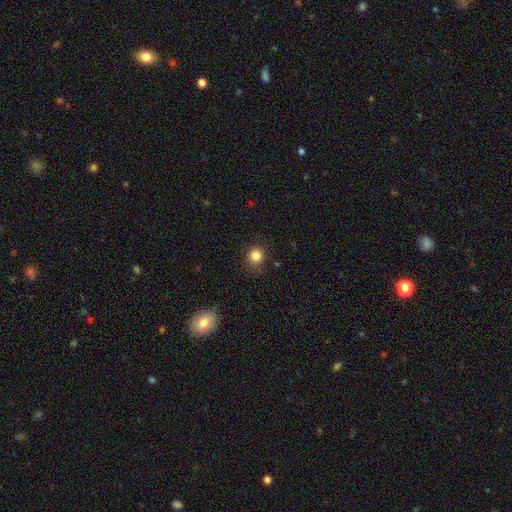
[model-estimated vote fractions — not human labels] Q: Smooth or featured?
A: smooth (84%); runner-up: star or artifact (12%)
Q: How rounded?
A: round (87%); runner-up: in between (13%)
Q: Merging?
A: none (83%); runner-up: minor disturbance (12%)